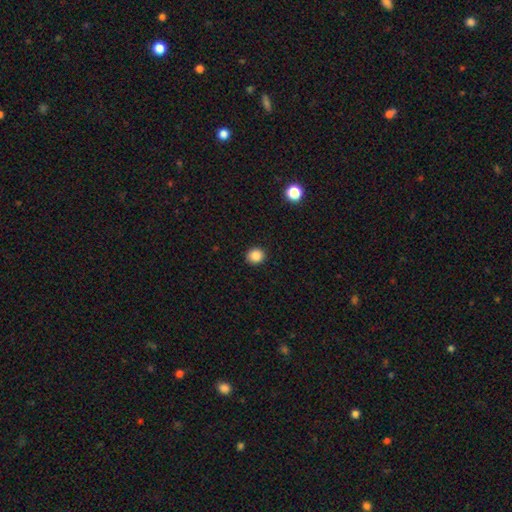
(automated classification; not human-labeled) Morphology: type=smooth (87%); roundness=round (84%); merging=none (91%).